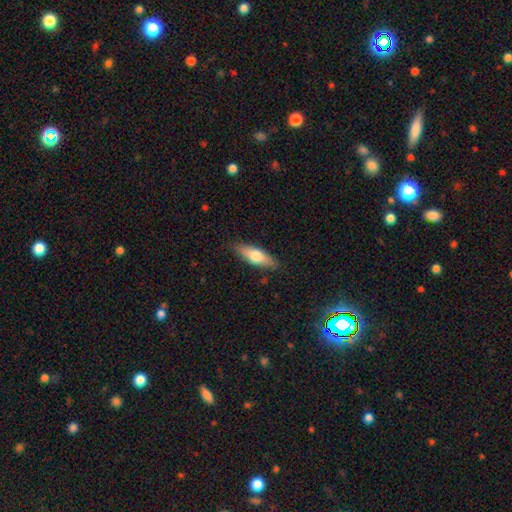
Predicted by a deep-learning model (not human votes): A smooth galaxy with no disk features (66%) that is in between round and cigar-shaped (53%). Merging: none (85%).